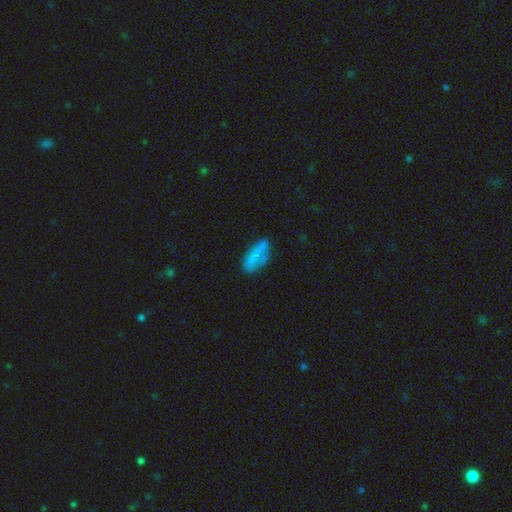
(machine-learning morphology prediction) type=smooth (72%); roundness=in between (75%); merging=none (65%).